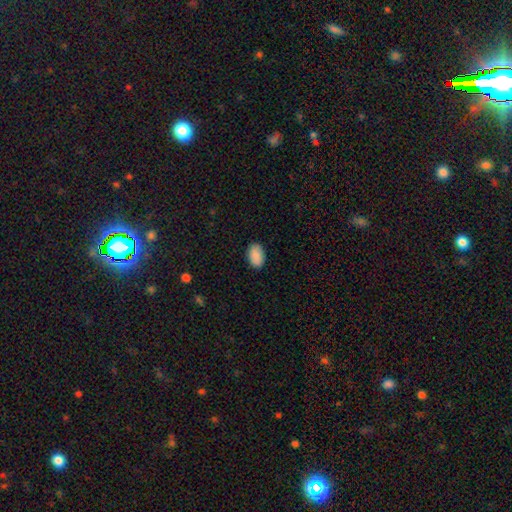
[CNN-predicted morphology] Smooth or featured? Predicted: smooth (p=0.90). How rounded? Predicted: in between (p=0.92). Merging? Predicted: none (p=0.88).